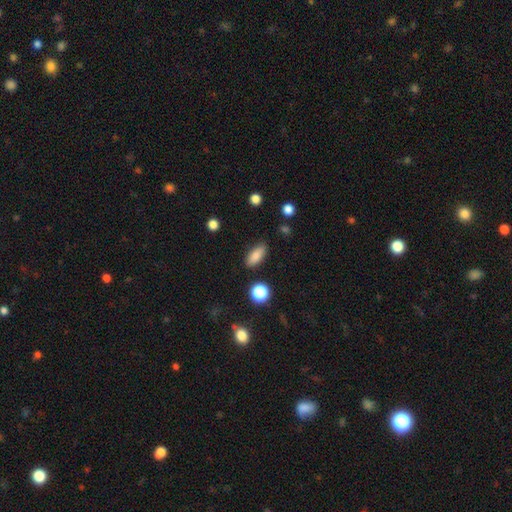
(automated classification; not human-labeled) This appears to be a smooth galaxy with no disk features (83%) that is in between round and cigar-shaped (81%). Merging: none (85%).